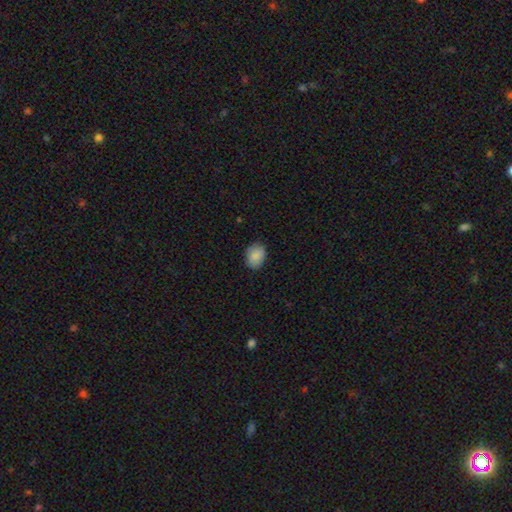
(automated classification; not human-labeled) smooth 88%, star or artifact 7%, featured or disk 5%. Down the decision tree: how rounded — in between (71%); merging — none (83%).